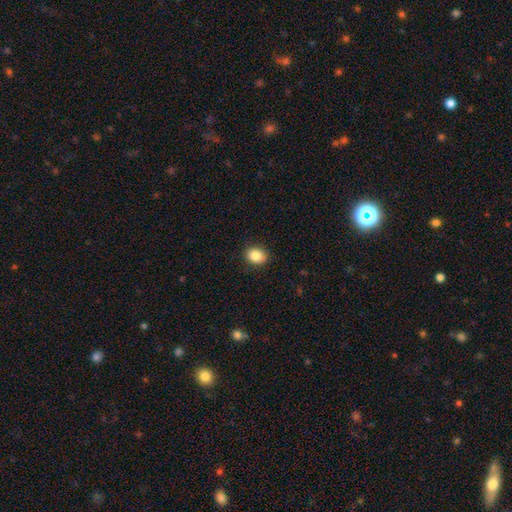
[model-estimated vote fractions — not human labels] Overall: smooth (87%). How rounded: round (50%; in between 49%). Merging: none (88%).